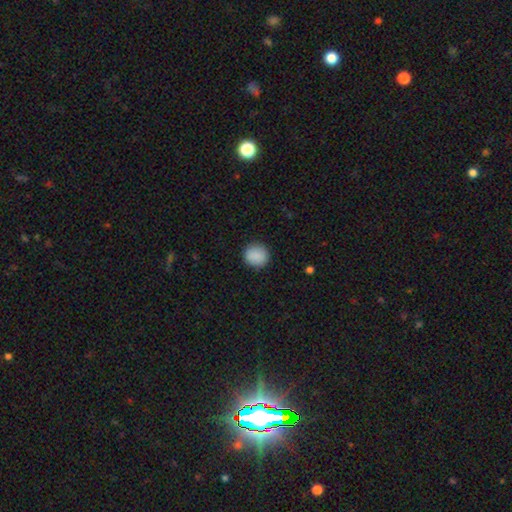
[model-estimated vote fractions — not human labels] Smooth or featured? smooth (89%)
How rounded? round (87%)
Merging? none (90%)